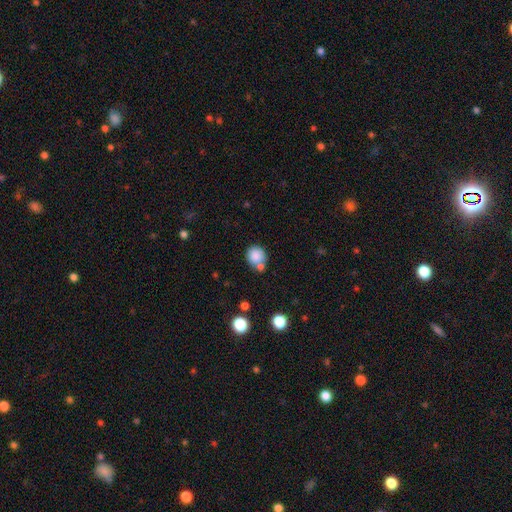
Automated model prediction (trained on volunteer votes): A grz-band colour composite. It shows a smooth galaxy with no disk features (84%) that is round (83%). Merging: none (58%).